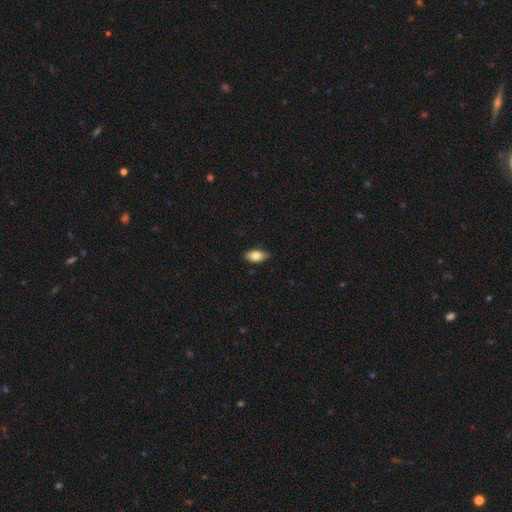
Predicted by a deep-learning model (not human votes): Smooth or featured? smooth (81%)
How rounded? in between (90%)
Merging? none (85%)